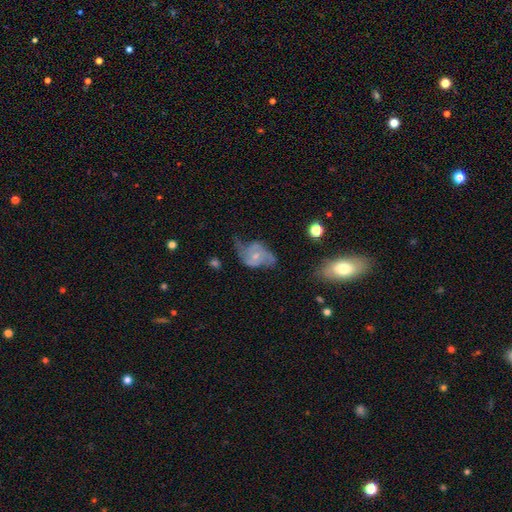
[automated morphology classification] This is likely a featured or disk galaxy (70%). It is clearly not viewed edge-on (97%). Bar: likely no (62%). Spiral arm pattern: clearly yes (84%). Spiral arm count: likely 2 (78%). Spiral winding: possibly loose (45%). Central bulge: possibly small (59%). Merging: marginally none (36%).